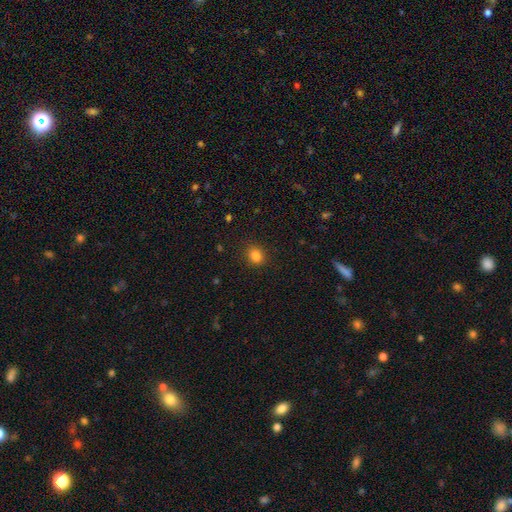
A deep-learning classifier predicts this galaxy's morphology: Overall: smooth (84%). How rounded: in between (51%; round 48%). Merging: none (87%).